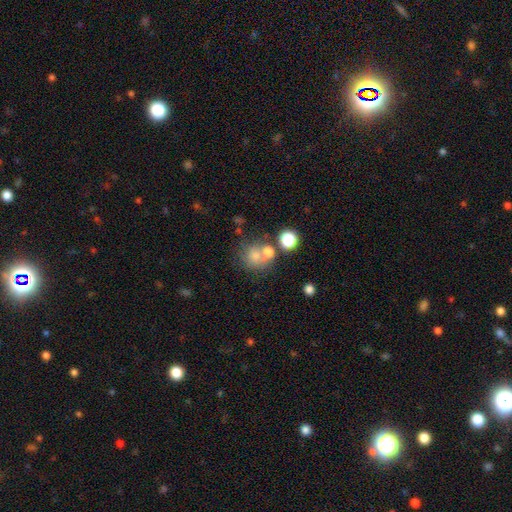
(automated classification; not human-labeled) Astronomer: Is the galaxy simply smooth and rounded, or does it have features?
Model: smooth — 69%.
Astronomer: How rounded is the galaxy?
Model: round — 84%.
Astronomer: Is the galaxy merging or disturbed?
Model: none — 52% (runner-up: merger, 32%).